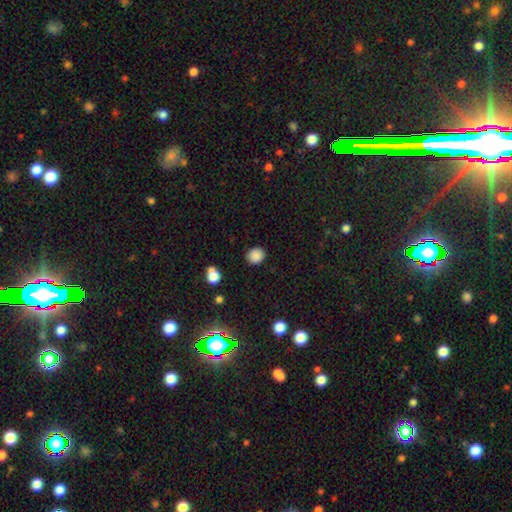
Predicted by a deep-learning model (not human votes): Smooth or featured? smooth (86%)
How rounded? round (79%)
Merging? none (88%)